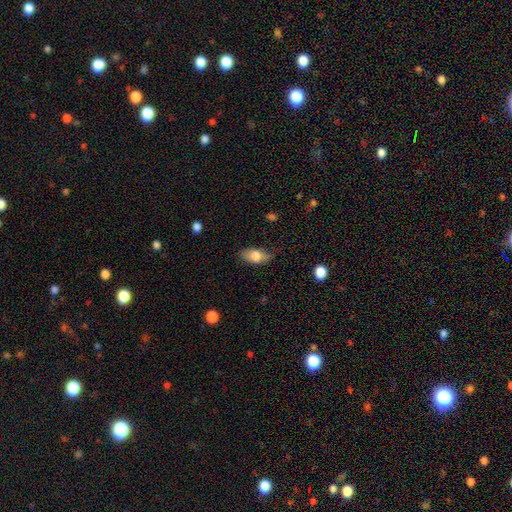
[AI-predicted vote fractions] Overall: smooth (77%). How rounded: in between (88%). Merging: none (73%).